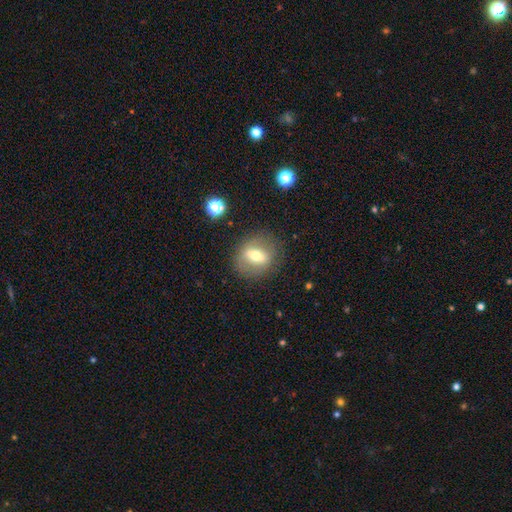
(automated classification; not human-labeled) The model was most divided on "smooth or featured": smooth: 48%, featured or disk: 42%, star or artifact: 10%. More confident: merging — none (82%).